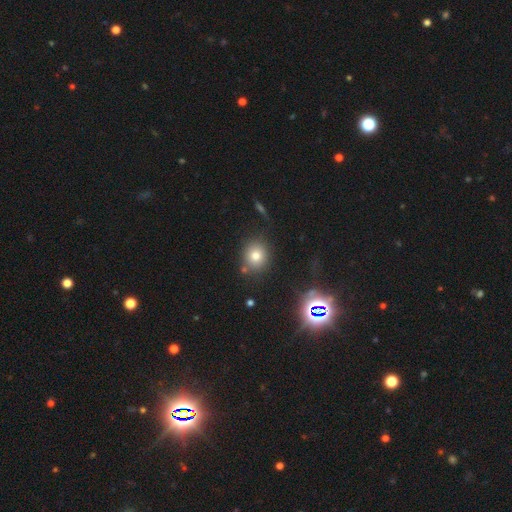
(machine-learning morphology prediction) Overall: smooth (75%). How rounded: round (78%). Merging: none (79%).